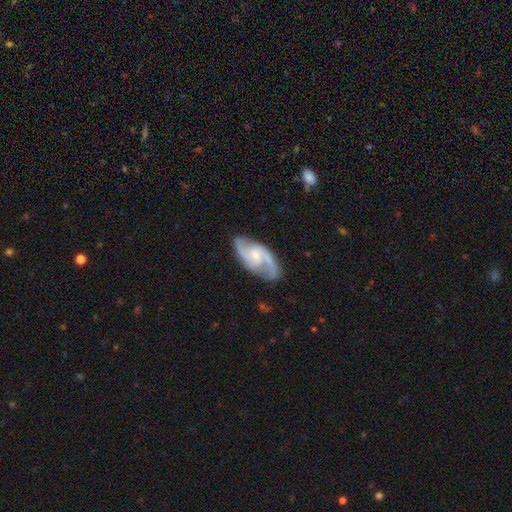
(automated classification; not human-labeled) A featured or disk galaxy (89%) with a weak bar (48%), 2 (88%) medium (57%) spiral arms (98%) and a small central bulge (51%). Merging: none (80%).